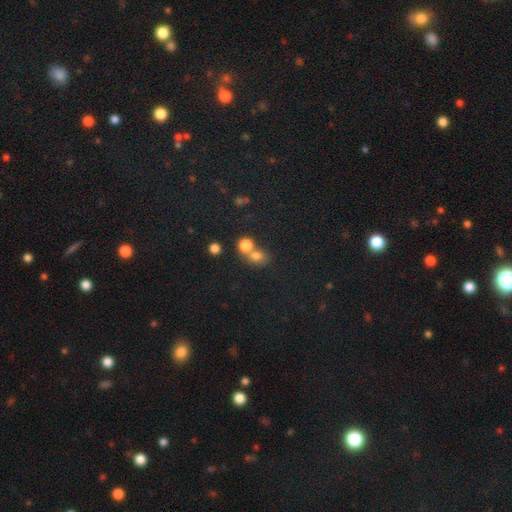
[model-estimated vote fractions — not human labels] Q: Smooth or featured?
A: smooth (75%); runner-up: star or artifact (16%)
Q: How rounded?
A: round (60%); runner-up: in between (39%)
Q: Merging?
A: merger (50%); runner-up: none (38%)